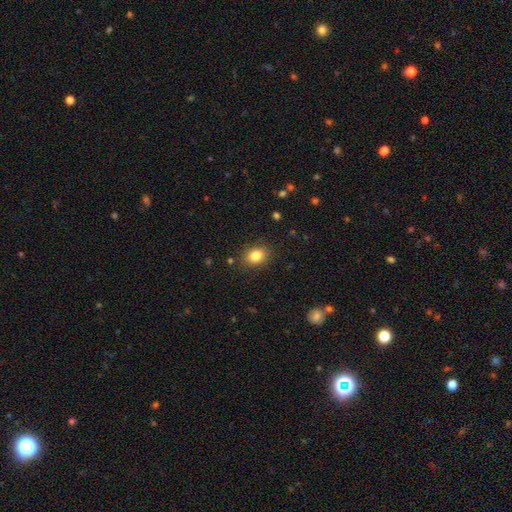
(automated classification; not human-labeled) smooth 82%, star or artifact 10%, featured or disk 8%. Down the decision tree: how rounded — in between (62%); merging — none (87%).